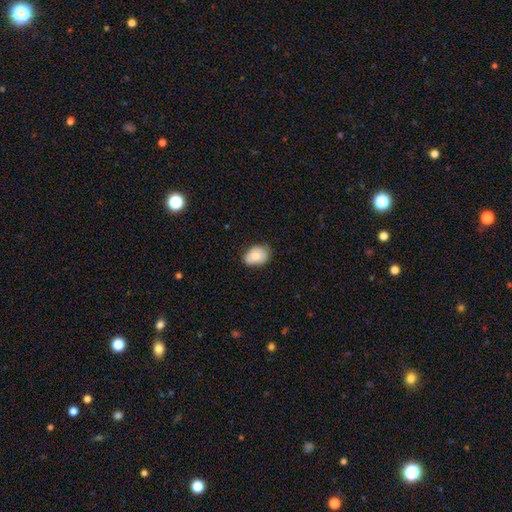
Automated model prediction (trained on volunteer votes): Overall: smooth (81%). How rounded: in between (79%). Merging: none (72%).